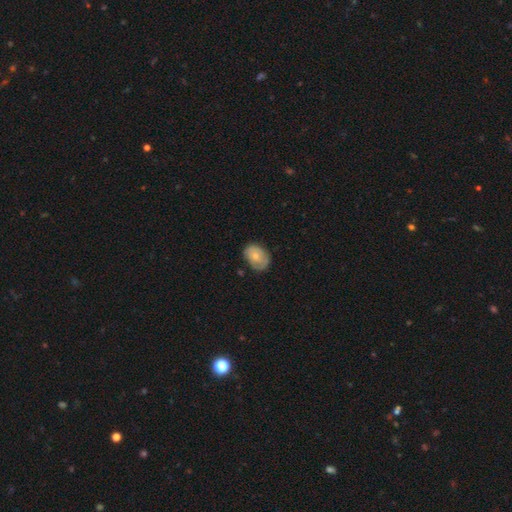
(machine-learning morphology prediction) Smooth or featured?
  - smooth: 62% *
  - featured or disk: 31%
  - star or artifact: 7%
How rounded?
  - in between: 73% *
  - round: 26%
  - cigar-shaped: 1%
Merging?
  - none: 70% *
  - minor disturbance: 23%
  - major disturbance: 5%
  - merger: 2%